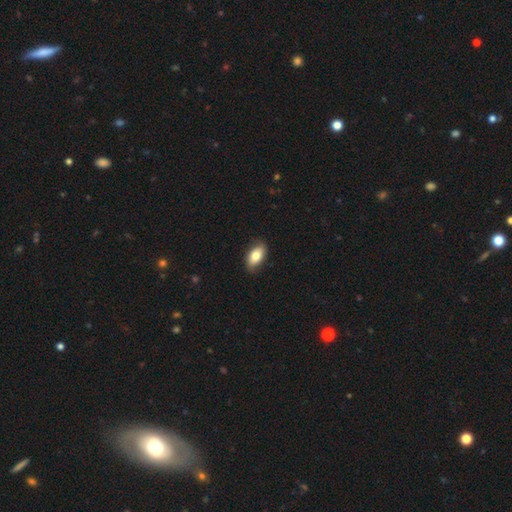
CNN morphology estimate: type=smooth (78%); roundness=in between (92%); merging=none (83%).